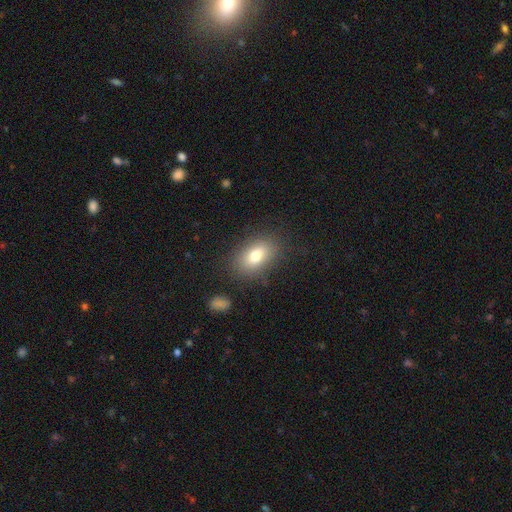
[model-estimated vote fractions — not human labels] A smooth galaxy with no disk features (75%) that is in between round and cigar-shaped (83%).

Vote fractions:
- Smooth or featured? smooth: 75% / featured or disk: 15% / star or artifact: 10%
- How rounded? in between: 83% / round: 15% / cigar-shaped: 2%
- Merging? none: 82% / minor disturbance: 11% / major disturbance: 4% / merger: 2%